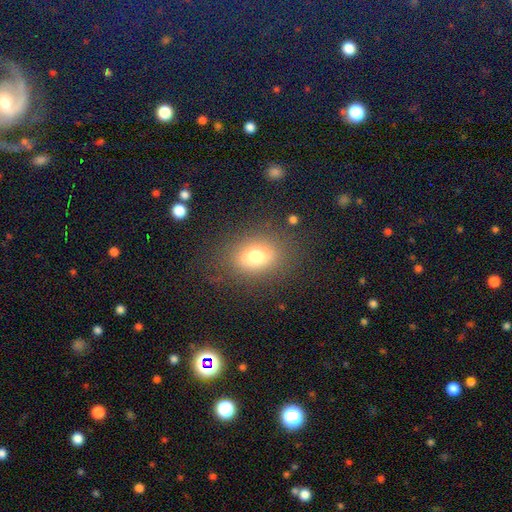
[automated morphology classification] Q: Smooth or featured?
A: smooth (73%); runner-up: featured or disk (13%)
Q: How rounded?
A: in between (65%); runner-up: round (33%)
Q: Merging?
A: none (80%); runner-up: minor disturbance (12%)